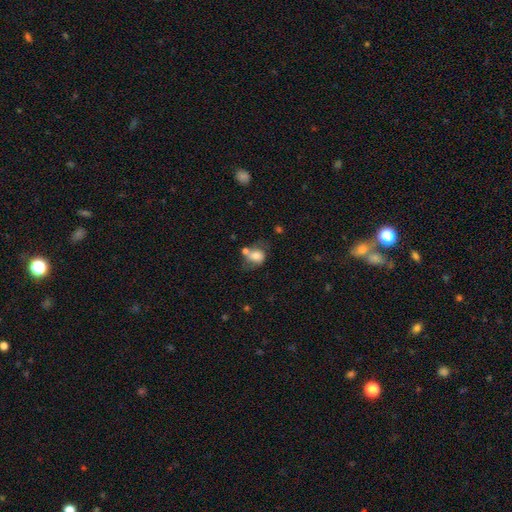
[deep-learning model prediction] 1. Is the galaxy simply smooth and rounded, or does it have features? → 70% smooth, 21% featured or disk, 10% star or artifact.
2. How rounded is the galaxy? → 53% round, 46% in between, 1% cigar-shaped.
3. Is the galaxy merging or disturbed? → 36% none, 27% merger, 24% minor disturbance, 14% major disturbance.